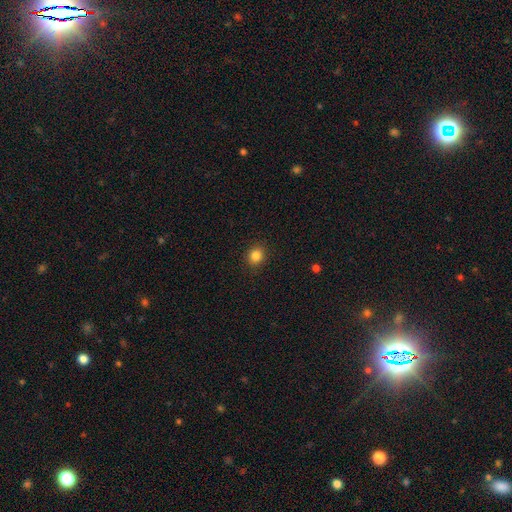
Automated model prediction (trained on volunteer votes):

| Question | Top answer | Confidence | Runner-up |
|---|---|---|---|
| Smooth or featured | smooth | 84% | star or artifact (11%) |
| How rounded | round | 78% | in between (21%) |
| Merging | none | 91% | minor disturbance (6%) |